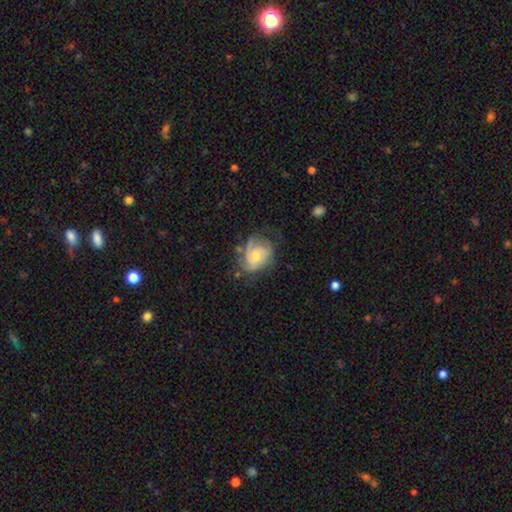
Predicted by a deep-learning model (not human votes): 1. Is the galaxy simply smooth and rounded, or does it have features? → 75% featured or disk, 19% smooth, 6% star or artifact.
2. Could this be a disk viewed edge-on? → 97% no, 3% yes.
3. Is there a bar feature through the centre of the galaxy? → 66% no, 29% weak, 5% strong.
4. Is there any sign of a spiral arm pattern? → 92% yes, 8% no.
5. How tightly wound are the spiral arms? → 54% tight, 36% medium, 11% loose.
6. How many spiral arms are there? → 41% 2, 25% can't tell, 20% 3, 7% 1, 4% 4, 3% more than 4.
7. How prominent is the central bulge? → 55% moderate, 37% small, 5% large, 3% none, 1% dominant.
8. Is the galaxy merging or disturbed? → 56% none, 26% minor disturbance, 16% major disturbance, 3% merger.